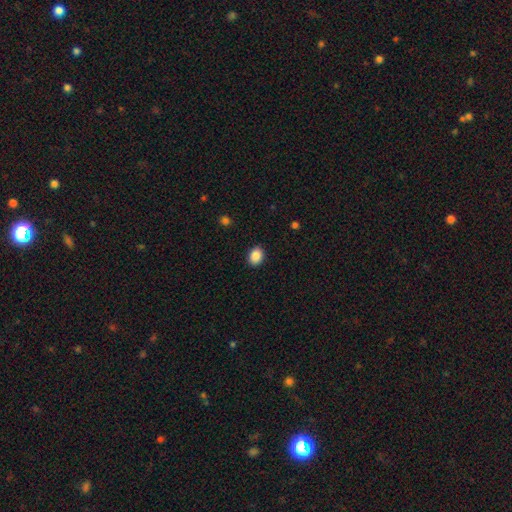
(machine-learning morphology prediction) smooth 88%, star or artifact 9%, featured or disk 3%. Down the decision tree: how rounded — in between (58%); merging — none (90%).